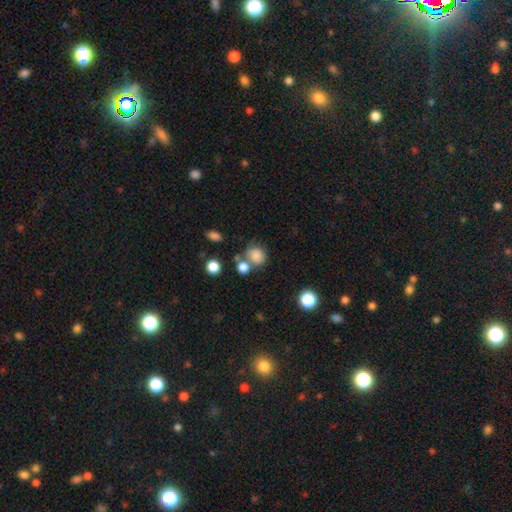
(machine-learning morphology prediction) The model was most divided on "merging": none: 57%, merger: 22%, minor disturbance: 15%, major disturbance: 7%. More confident: smooth or featured — smooth (82%); how rounded — round (74%).